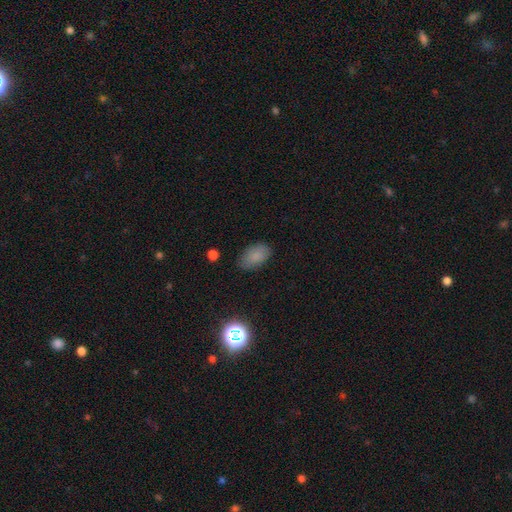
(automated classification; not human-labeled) Smooth or featured?
  - smooth: 82% *
  - star or artifact: 11%
  - featured or disk: 7%
How rounded?
  - in between: 91% *
  - round: 7%
  - cigar-shaped: 2%
Merging?
  - none: 78% *
  - minor disturbance: 16%
  - major disturbance: 4%
  - merger: 1%